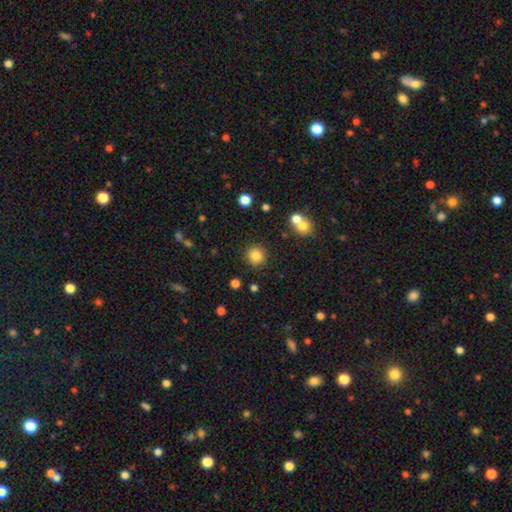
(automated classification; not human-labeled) A smooth galaxy with no disk features (83%) that is round (93%).

Vote fractions:
- Smooth or featured? smooth: 83% / star or artifact: 11% / featured or disk: 6%
- How rounded? round: 93% / in between: 6% / cigar-shaped: 1%
- Merging? none: 87% / minor disturbance: 6% / merger: 4% / major disturbance: 3%